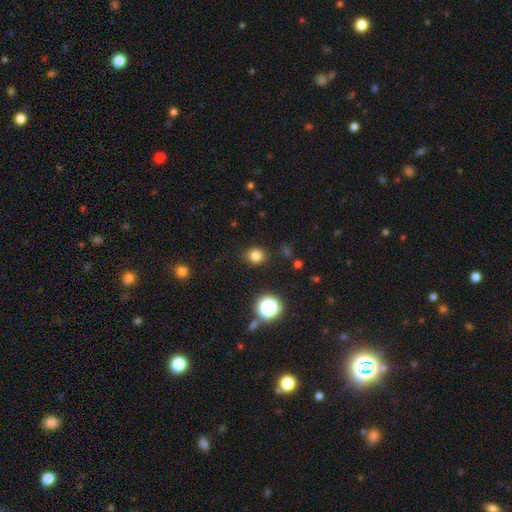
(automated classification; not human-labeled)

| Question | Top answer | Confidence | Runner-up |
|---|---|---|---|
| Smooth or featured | smooth | 80% | star or artifact (15%) |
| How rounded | round | 77% | in between (22%) |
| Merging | none | 87% | minor disturbance (9%) |